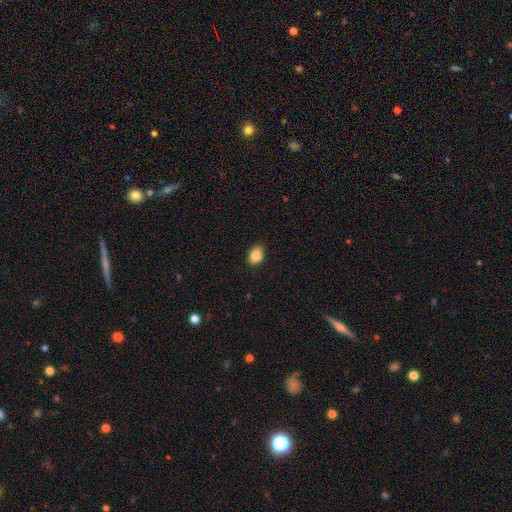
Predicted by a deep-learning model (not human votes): Smooth or featured: smooth — 87% (star or artifact — 8%)
How rounded: in between — 72% (round — 27%)
Merging: none — 80% (minor disturbance — 16%)